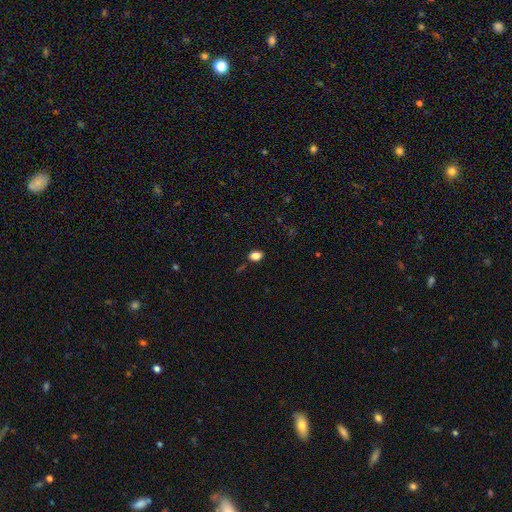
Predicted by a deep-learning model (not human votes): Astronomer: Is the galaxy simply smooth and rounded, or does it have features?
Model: smooth — 83%.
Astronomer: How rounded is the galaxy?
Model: in between — 75%.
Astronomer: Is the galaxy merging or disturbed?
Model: none — 79%.